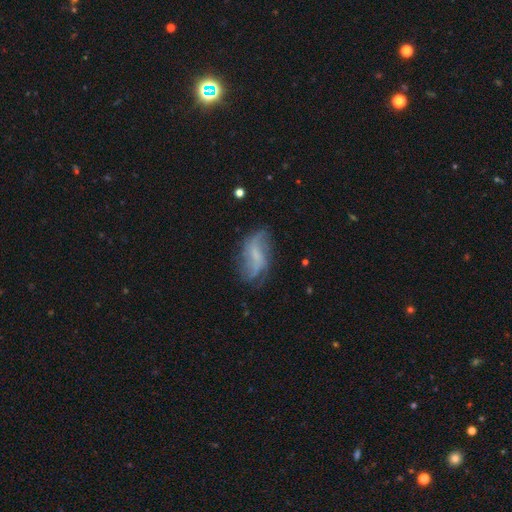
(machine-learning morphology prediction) type=featured or disk (64%); edge-on=no (94%); bar=weak (46%); spiral arms=yes (83%); bulge=none (39%); merging=none (59%).